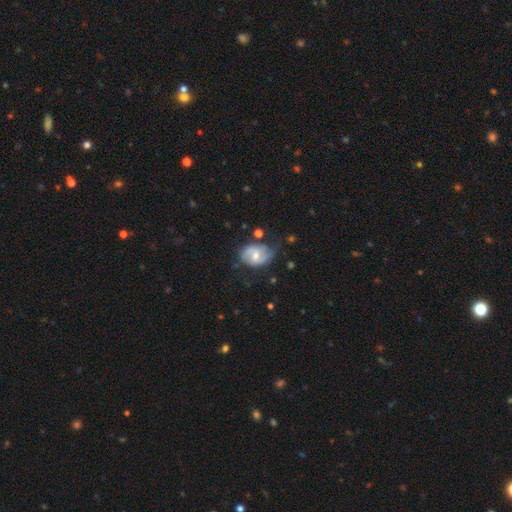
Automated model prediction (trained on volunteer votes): smooth-or-featured: featured or disk: 67% | smooth: 27% | star or artifact: 7%
  disk-edge-on: no: 97% | yes: 3%
    bar: weak: 47% | no: 40% | strong: 13%
    has-spiral-arms: yes: 85% | no: 15%
      spiral-winding: medium: 44% | loose: 29% | tight: 27%
      spiral-arm-count: 2: 79% | can't tell: 12% | 1: 5% | 3: 2% | 4: 1% | more than 4: 1%
    bulge-size: moderate: 60% | small: 34% | large: 3% | none: 2% | dominant: 1%
  merging: none: 58% | minor disturbance: 28% | major disturbance: 11% | merger: 3%